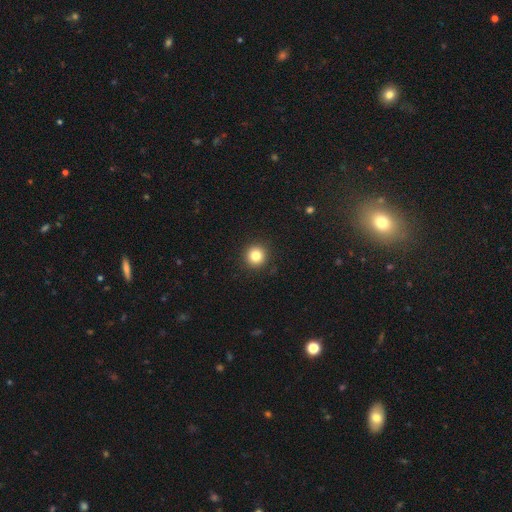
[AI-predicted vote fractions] Smooth or featured? Predicted: smooth (p=0.82). How rounded? Predicted: round (p=0.95). Merging? Predicted: none (p=0.92).